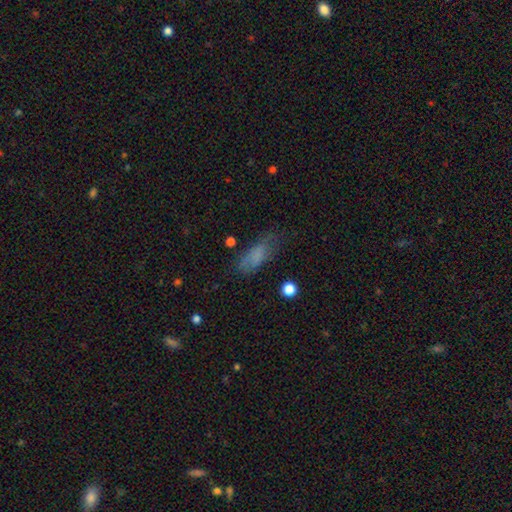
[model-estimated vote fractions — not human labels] smooth 72%, featured or disk 17%, star or artifact 12%. Down the decision tree: how rounded — in between (73%); merging — none (59%).